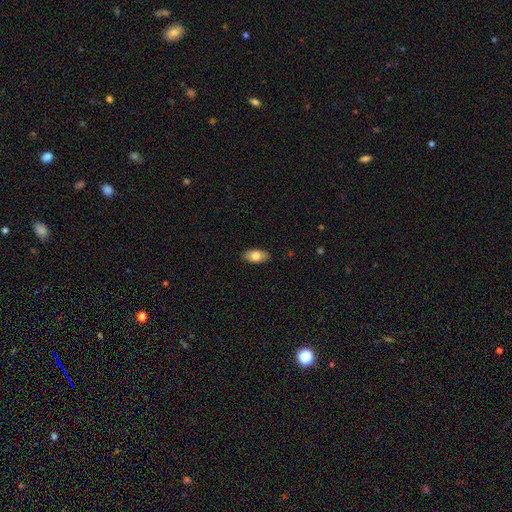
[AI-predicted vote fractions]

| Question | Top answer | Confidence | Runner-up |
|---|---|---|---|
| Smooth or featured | smooth | 79% | featured or disk (15%) |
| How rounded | in between | 91% | cigar-shaped (5%) |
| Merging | none | 88% | minor disturbance (9%) |